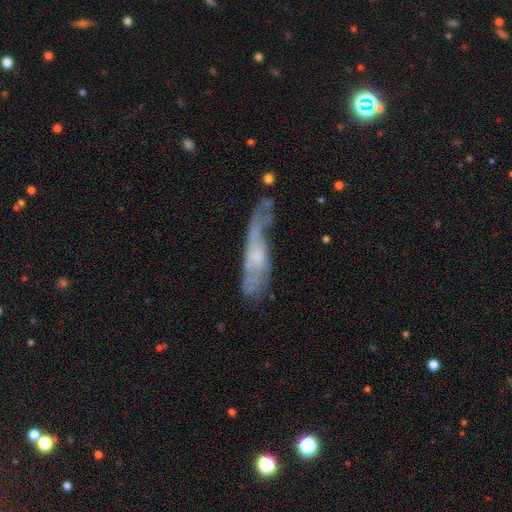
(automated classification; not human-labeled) Morphology: type=featured or disk (58%); edge-on=no (60%); merging=none (41%).